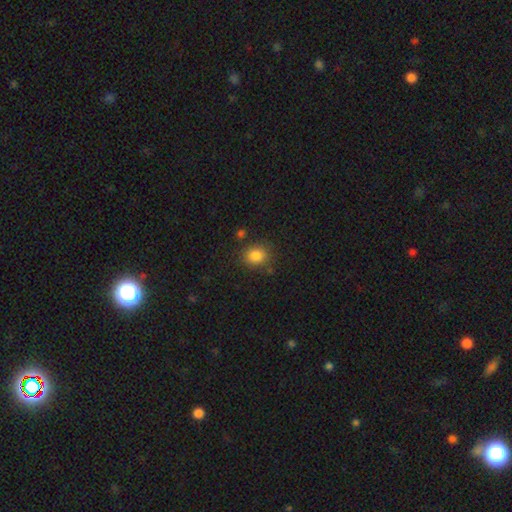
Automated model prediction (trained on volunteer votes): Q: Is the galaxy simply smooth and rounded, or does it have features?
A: smooth — 84%.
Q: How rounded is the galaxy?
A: round — 68%.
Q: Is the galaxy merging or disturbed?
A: none — 79%.